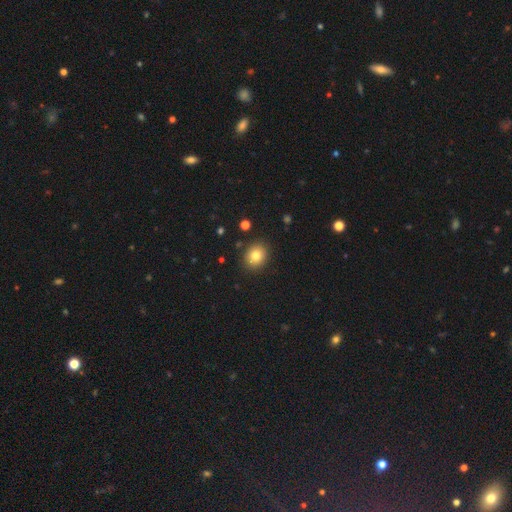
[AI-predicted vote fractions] This is clearly a smooth galaxy (80%). How rounded: likely round (69%). Merging: clearly none (89%).